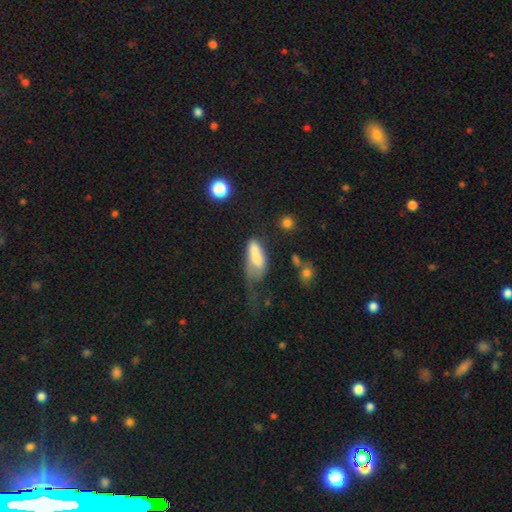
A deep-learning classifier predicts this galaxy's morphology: smooth_or_featured: smooth (p=0.65) [alt: featured or disk p=0.26]
how_rounded: in between (p=0.81) [alt: cigar-shaped p=0.16]
merging: major disturbance (p=0.38) [alt: merger p=0.25]